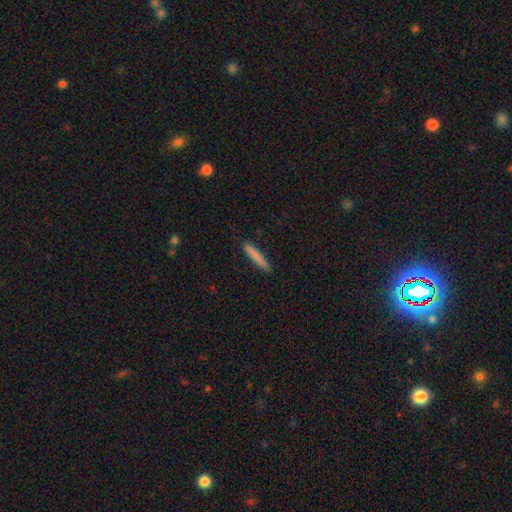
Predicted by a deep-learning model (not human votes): Overall: smooth (82%). How rounded: cigar-shaped (94%). Merging: none (91%).